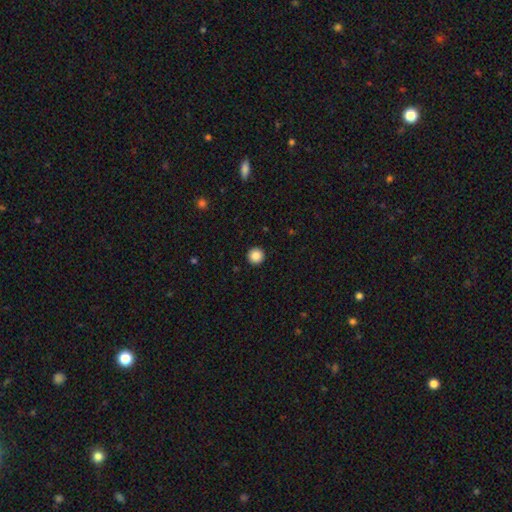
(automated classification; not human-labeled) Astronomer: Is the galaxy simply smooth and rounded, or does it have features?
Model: smooth — 87%.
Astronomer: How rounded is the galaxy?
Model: round — 96%.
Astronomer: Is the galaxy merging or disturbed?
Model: none — 94%.